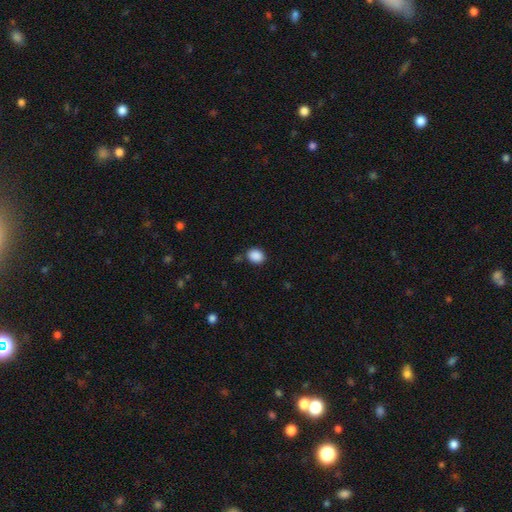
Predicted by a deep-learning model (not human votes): smooth-or-featured: smooth: 88% | star or artifact: 9% | featured or disk: 3%
  how-rounded: round: 52% | in between: 47% | cigar-shaped: 1%
  merging: none: 81% | minor disturbance: 12% | merger: 4% | major disturbance: 3%